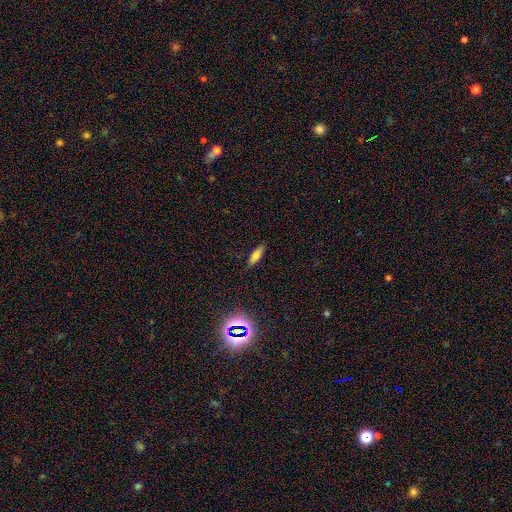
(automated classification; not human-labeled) Smooth or featured?
  - smooth: 73% *
  - featured or disk: 14%
  - star or artifact: 13%
How rounded?
  - in between: 60% *
  - cigar-shaped: 37%
  - round: 3%
Merging?
  - none: 85% *
  - minor disturbance: 11%
  - major disturbance: 3%
  - merger: 1%